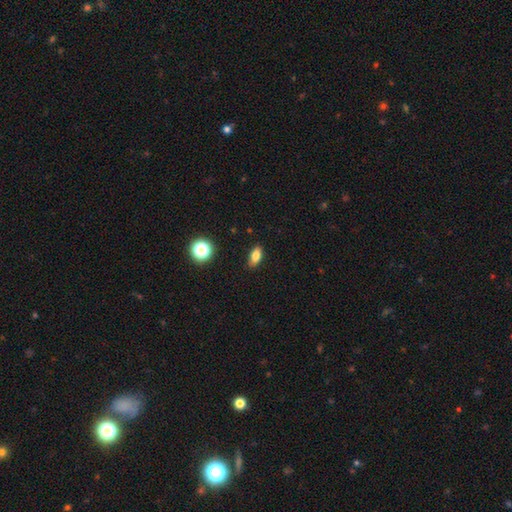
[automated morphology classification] smooth-or-featured: smooth: 80% | star or artifact: 10% | featured or disk: 10%
  how-rounded: in between: 83% | cigar-shaped: 11% | round: 7%
  merging: none: 87% | minor disturbance: 10% | major disturbance: 2% | merger: 1%